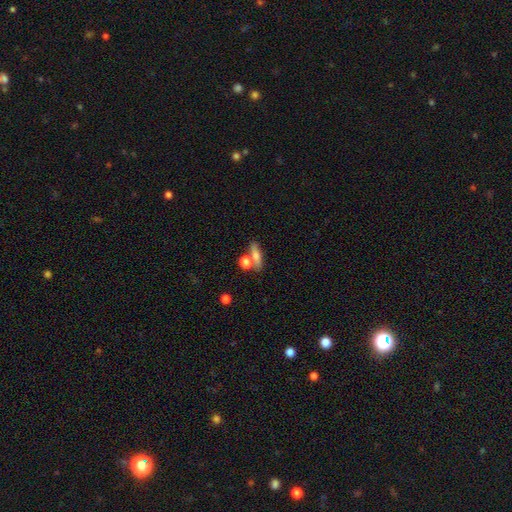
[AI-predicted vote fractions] smooth 62%, featured or disk 29%, star or artifact 9%. Down the decision tree: how rounded — cigar-shaped (49%); merging — none (61%).